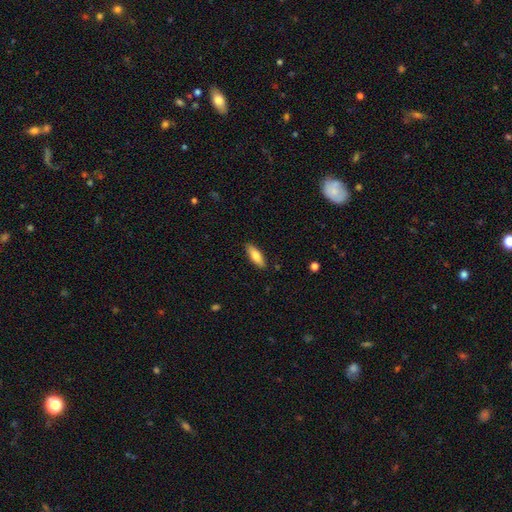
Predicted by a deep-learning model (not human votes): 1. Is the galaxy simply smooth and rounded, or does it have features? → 77% smooth, 17% featured or disk, 6% star or artifact.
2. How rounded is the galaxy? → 58% in between, 40% cigar-shaped, 2% round.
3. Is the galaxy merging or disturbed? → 87% none, 10% minor disturbance, 2% major disturbance, 1% merger.